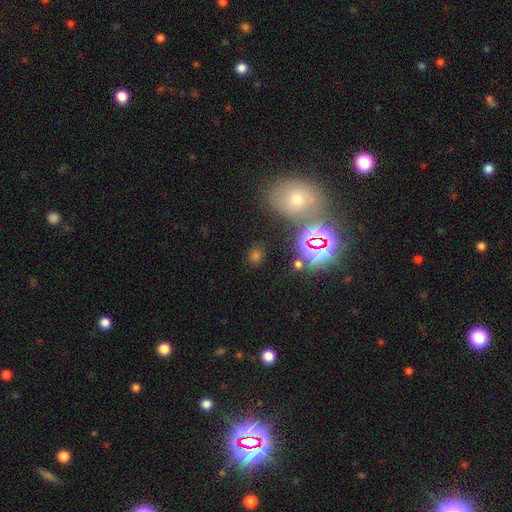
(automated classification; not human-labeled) Smooth or featured?
  - smooth: 51% *
  - star or artifact: 40%
  - featured or disk: 9%
How rounded?
  - round: 67% *
  - in between: 31%
  - cigar-shaped: 2%
Merging?
  - none: 77% *
  - minor disturbance: 11%
  - merger: 7%
  - major disturbance: 5%